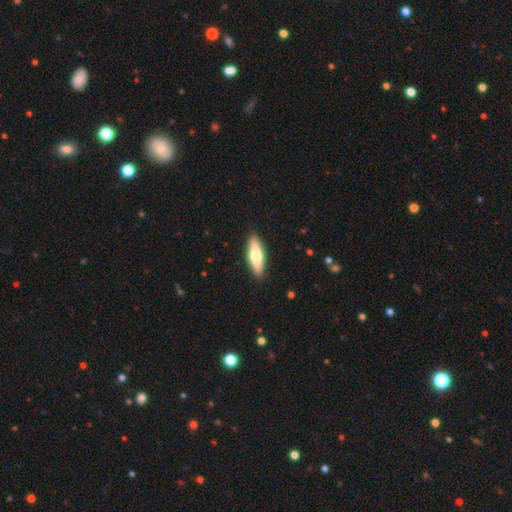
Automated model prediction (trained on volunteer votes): smooth-or-featured: smooth: 64% | featured or disk: 31% | star or artifact: 5%
  how-rounded: in between: 52% | cigar-shaped: 46% | round: 2%
  merging: none: 90% | minor disturbance: 8% | major disturbance: 2% | merger: 1%